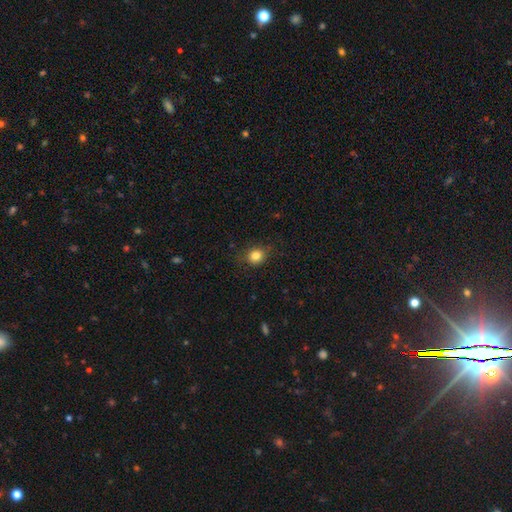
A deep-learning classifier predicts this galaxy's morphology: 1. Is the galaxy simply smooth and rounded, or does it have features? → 82% smooth, 12% star or artifact, 6% featured or disk.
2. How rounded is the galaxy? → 77% round, 22% in between, 1% cigar-shaped.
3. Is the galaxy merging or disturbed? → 82% none, 13% minor disturbance, 3% major disturbance, 1% merger.